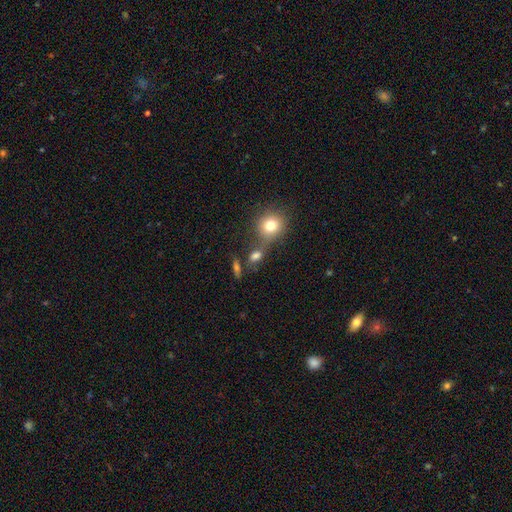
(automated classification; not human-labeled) smooth 69%, featured or disk 16%, star or artifact 15%. Down the decision tree: how rounded — in between (53%); merging — none (47%).